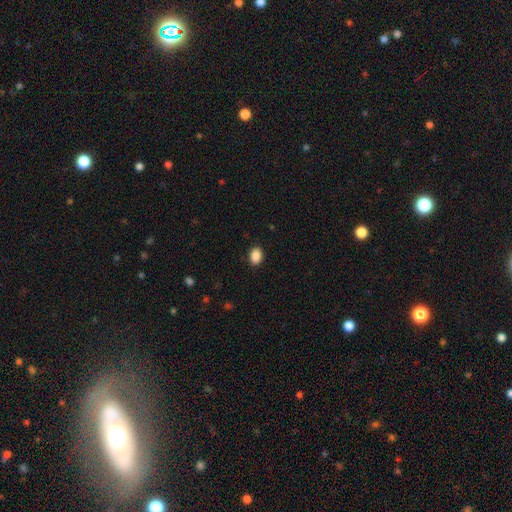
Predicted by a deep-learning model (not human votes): Smooth or featured? Predicted: smooth (p=0.89). How rounded? Predicted: in between (p=0.77). Merging? Predicted: none (p=0.89).